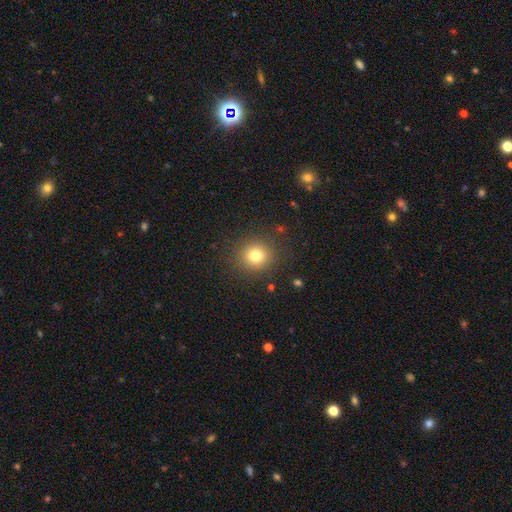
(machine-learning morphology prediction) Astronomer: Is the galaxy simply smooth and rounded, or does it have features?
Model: smooth — 78%.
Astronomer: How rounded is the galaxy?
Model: round — 91%.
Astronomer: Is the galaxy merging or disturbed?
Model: none — 88%.